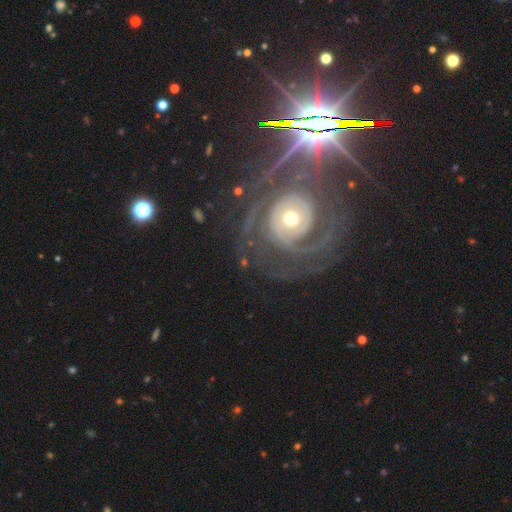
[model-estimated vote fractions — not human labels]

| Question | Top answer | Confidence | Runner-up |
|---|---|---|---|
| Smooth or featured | featured or disk | 79% | star or artifact (14%) |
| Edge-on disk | no | 95% | yes (5%) |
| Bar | no | 68% | weak (19%) |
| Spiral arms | yes | 92% | no (8%) |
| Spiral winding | tight | 72% | medium (22%) |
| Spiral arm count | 2 | 35% | can't tell (27%) |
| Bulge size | small | 51% | moderate (42%) |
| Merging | none | 73% | minor disturbance (13%) |